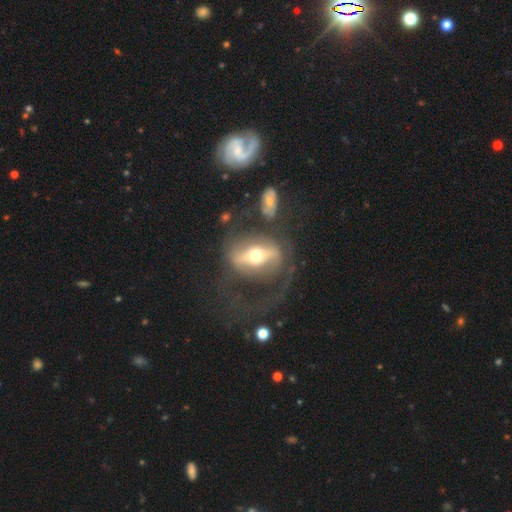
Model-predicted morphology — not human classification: The model was most divided on "merging": none: 46%, major disturbance: 30%, minor disturbance: 15%, merger: 9%. More confident: edge-on disk — no (86%); smooth or featured — featured or disk (76%); bar — strong (70%); bulge size — moderate (68%); spiral arms — yes (59%).